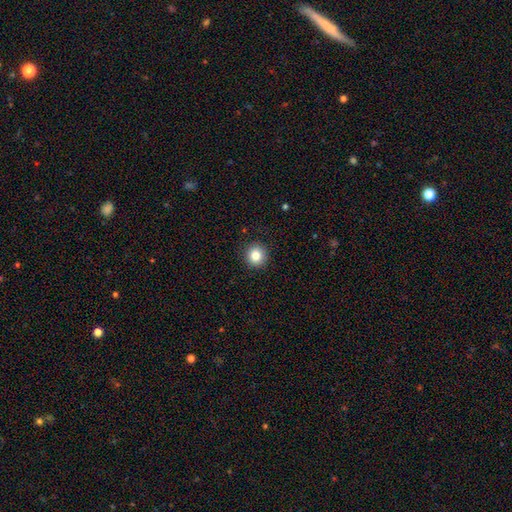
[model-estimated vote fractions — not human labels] A smooth galaxy with no disk features (83%) that is round (93%).

Vote fractions:
- Smooth or featured? smooth: 83% / star or artifact: 10% / featured or disk: 6%
- How rounded? round: 93% / in between: 6% / cigar-shaped: 1%
- Merging? none: 93% / minor disturbance: 5% / major disturbance: 2% / merger: 1%